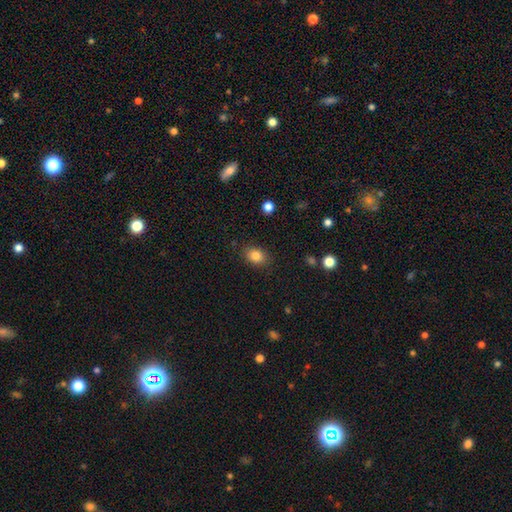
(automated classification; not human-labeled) smooth_or_featured: smooth (p=0.84) [alt: star or artifact p=0.10]
how_rounded: in between (p=0.69) [alt: round p=0.30]
merging: none (p=0.85) [alt: minor disturbance p=0.11]